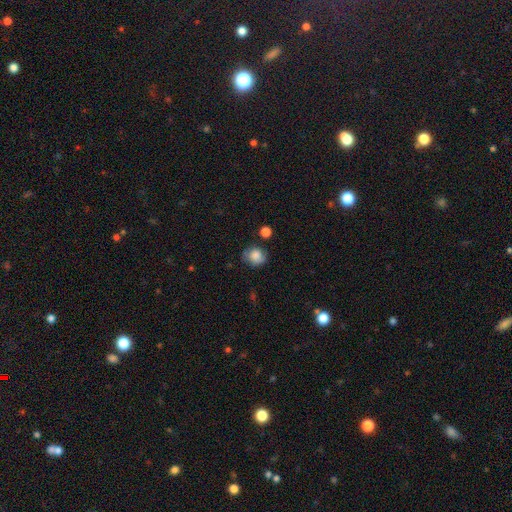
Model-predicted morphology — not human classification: This is likely a smooth galaxy (78%). How rounded: likely round (80%). Merging: likely none (65%).